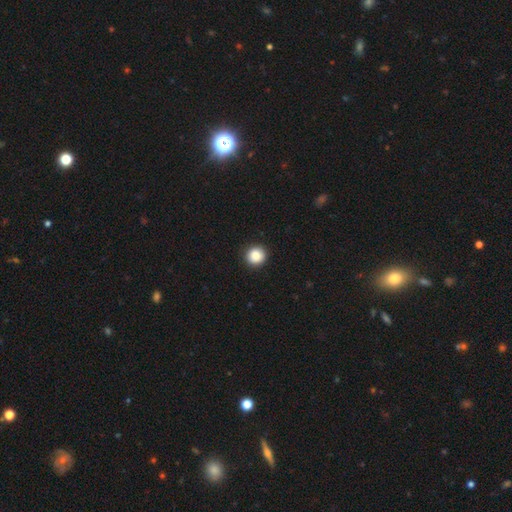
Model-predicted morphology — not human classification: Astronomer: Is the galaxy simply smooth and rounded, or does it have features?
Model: smooth — 87%.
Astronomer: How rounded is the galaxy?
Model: round — 94%.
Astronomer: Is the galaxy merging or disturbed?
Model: none — 92%.